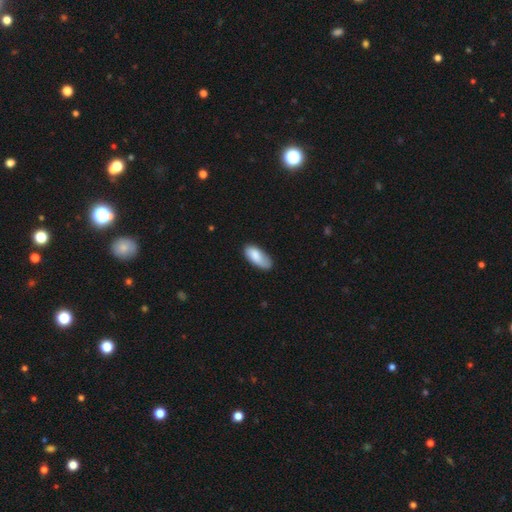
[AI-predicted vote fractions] Smooth or featured? smooth (81%)
How rounded? in between (89%)
Merging? none (63%)